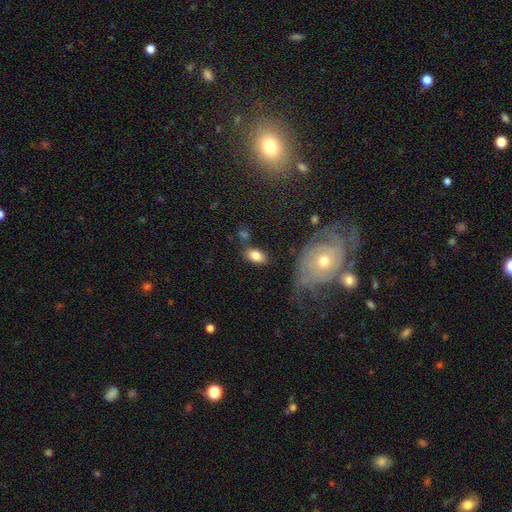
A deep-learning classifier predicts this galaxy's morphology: Overall: smooth (81%). How rounded: in between (90%). Merging: none (76%).